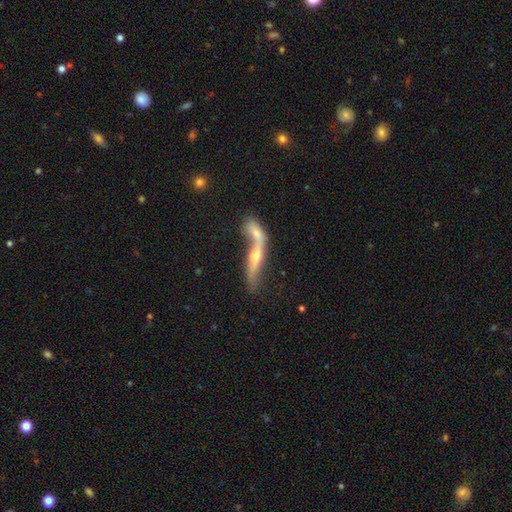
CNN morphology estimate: This is possibly a featured or disk galaxy (57%). It is likely viewed edge-on (67%). Merging: likely merger (61%).